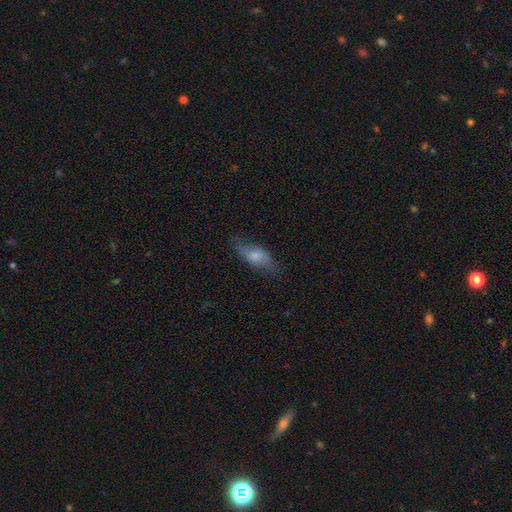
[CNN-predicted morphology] Smooth or featured?
  - smooth: 60% *
  - featured or disk: 33%
  - star or artifact: 8%
How rounded?
  - in between: 78% *
  - cigar-shaped: 18%
  - round: 4%
Merging?
  - none: 68% *
  - minor disturbance: 23%
  - major disturbance: 8%
  - merger: 1%